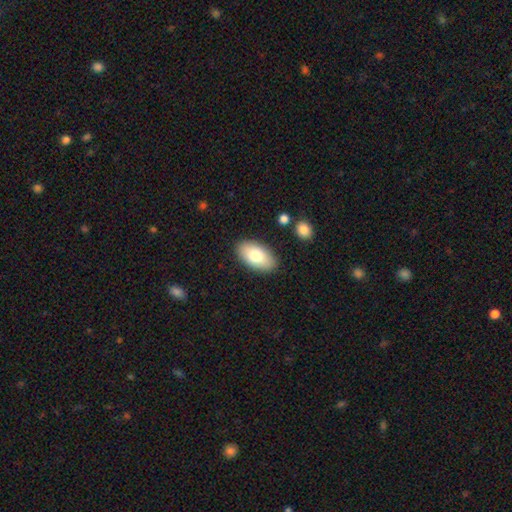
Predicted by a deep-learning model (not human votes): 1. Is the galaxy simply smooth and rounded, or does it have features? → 76% smooth, 18% featured or disk, 6% star or artifact.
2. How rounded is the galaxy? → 94% in between, 4% round, 2% cigar-shaped.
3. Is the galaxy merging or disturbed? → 87% none, 9% minor disturbance, 2% major disturbance, 2% merger.